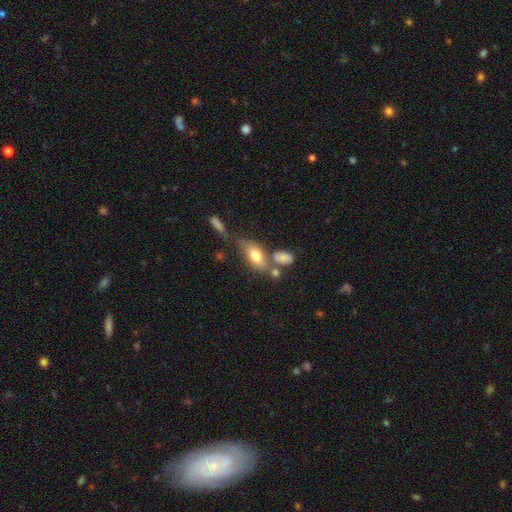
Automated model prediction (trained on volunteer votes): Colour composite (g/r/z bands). It shows a smooth galaxy with no disk features (68%) that is in between round and cigar-shaped (82%). Merging: none (49%).